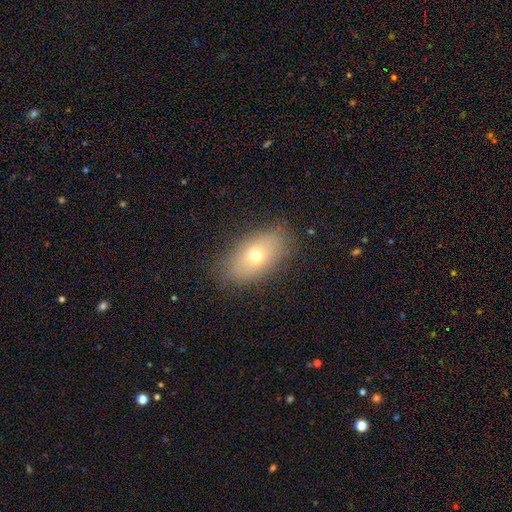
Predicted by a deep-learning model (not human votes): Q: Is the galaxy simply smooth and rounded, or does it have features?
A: smooth — 66%.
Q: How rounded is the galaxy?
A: in between — 87%.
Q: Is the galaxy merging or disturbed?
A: none — 85%.